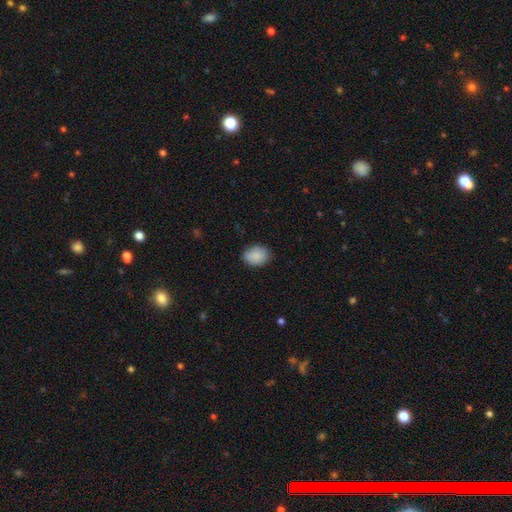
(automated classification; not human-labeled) Smooth or featured: smooth — 88% (star or artifact — 7%)
How rounded: in between — 68% (round — 31%)
Merging: none — 83% (minor disturbance — 14%)